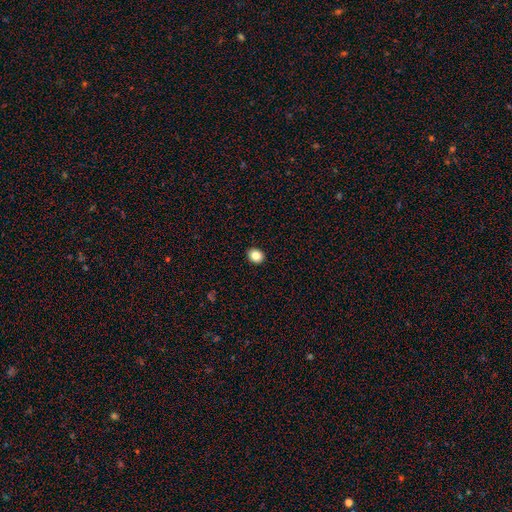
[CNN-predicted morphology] A smooth galaxy with no disk features (85%) that is round (60%).

Vote fractions:
- Smooth or featured? smooth: 85% / star or artifact: 10% / featured or disk: 5%
- How rounded? round: 60% / in between: 39% / cigar-shaped: 1%
- Merging? none: 92% / minor disturbance: 5% / major disturbance: 1% / merger: 1%